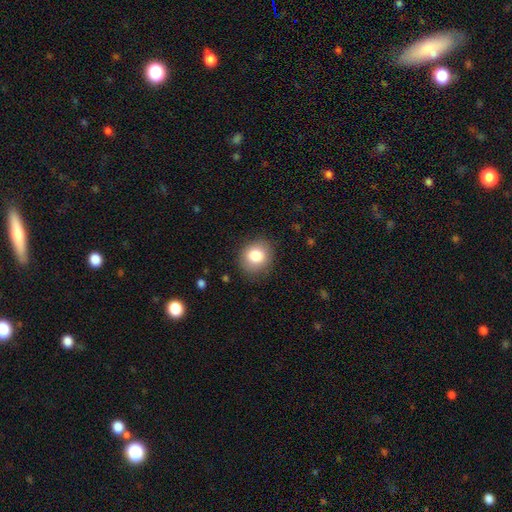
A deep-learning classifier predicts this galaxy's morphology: type=smooth (82%); roundness=round (76%); merging=none (86%).